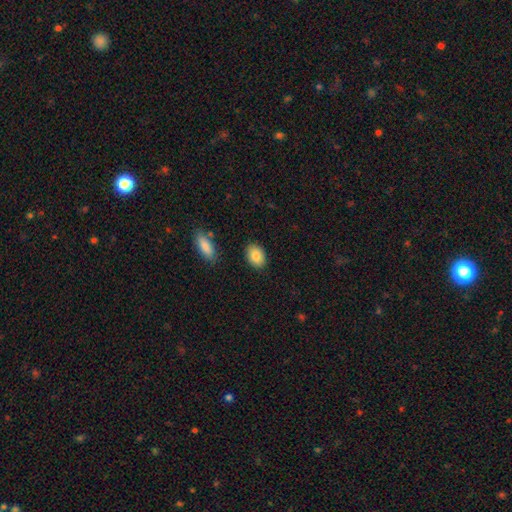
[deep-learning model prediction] A smooth galaxy with no disk features (87%) that is in between round and cigar-shaped (83%). Merging: none (86%).